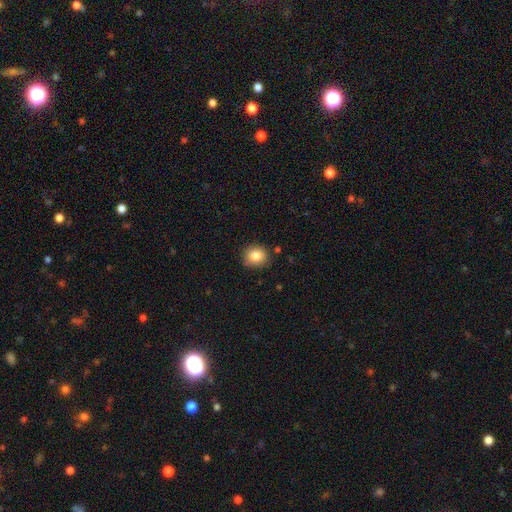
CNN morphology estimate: Q: Smooth or featured?
A: smooth (84%); runner-up: star or artifact (10%)
Q: How rounded?
A: round (78%); runner-up: in between (21%)
Q: Merging?
A: none (84%); runner-up: minor disturbance (12%)